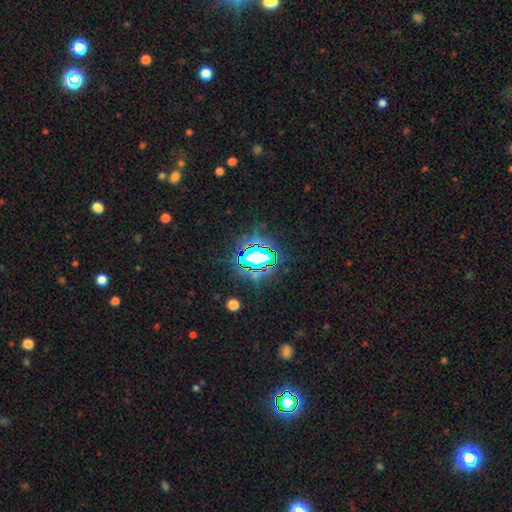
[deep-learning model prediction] Overall: star or artifact (69%).